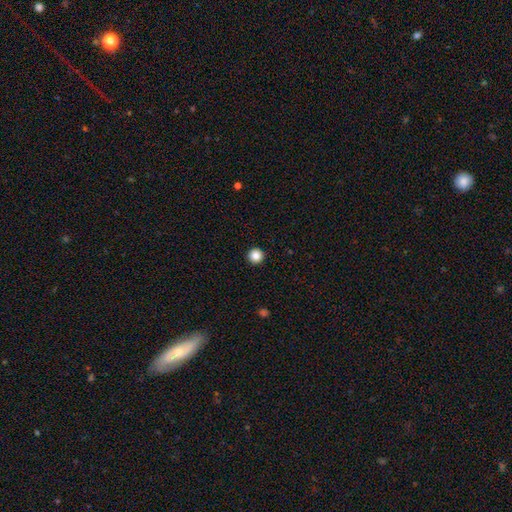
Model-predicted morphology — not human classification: This appears to be a smooth galaxy with no disk features (86%) that is round (97%). Merging: none (94%).